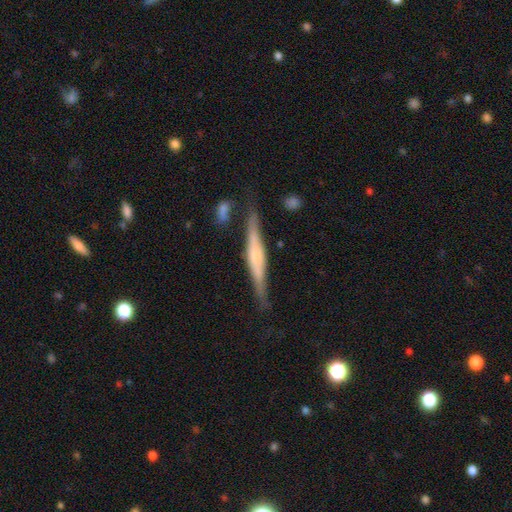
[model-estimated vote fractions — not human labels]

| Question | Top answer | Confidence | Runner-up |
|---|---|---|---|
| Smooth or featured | featured or disk | 67% | smooth (27%) |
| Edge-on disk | yes | 96% | no (4%) |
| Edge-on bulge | rounded | 60% | boxy (26%) |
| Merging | none | 76% | minor disturbance (15%) |